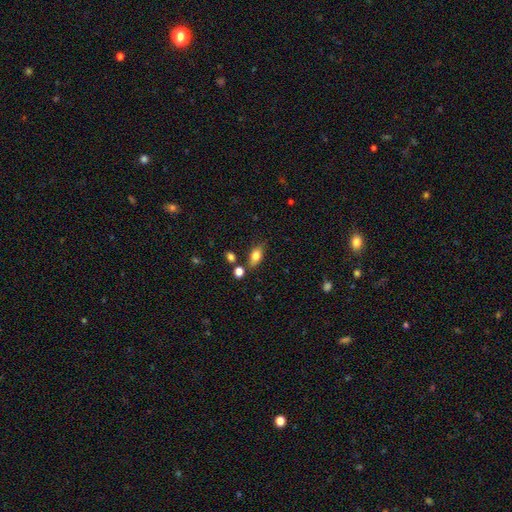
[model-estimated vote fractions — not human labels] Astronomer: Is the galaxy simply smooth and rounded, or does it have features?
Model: smooth — 78%.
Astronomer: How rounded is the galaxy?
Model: in between — 84%.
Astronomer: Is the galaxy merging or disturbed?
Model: none — 72%.